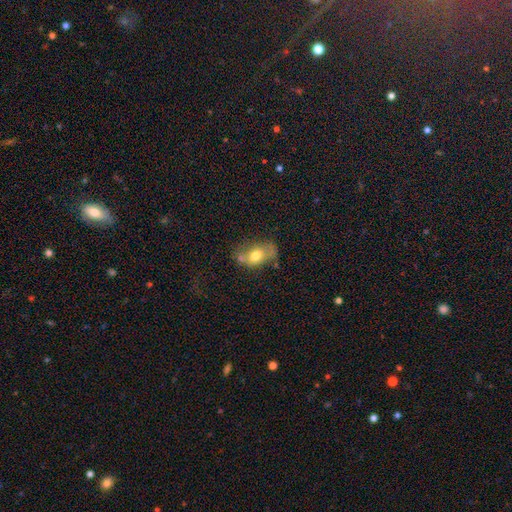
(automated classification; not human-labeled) Smooth or featured?
  - smooth: 63% *
  - featured or disk: 28%
  - star or artifact: 9%
How rounded?
  - in between: 80% *
  - round: 17%
  - cigar-shaped: 3%
Merging?
  - none: 44% *
  - minor disturbance: 26%
  - merger: 18%
  - major disturbance: 12%